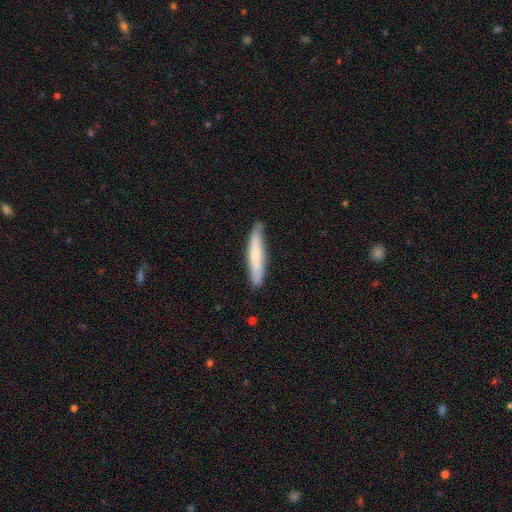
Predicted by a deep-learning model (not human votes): smooth-or-featured: smooth: 65% | featured or disk: 29% | star or artifact: 6%
  how-rounded: cigar-shaped: 92% | in between: 7% | round: 1%
  merging: none: 82% | minor disturbance: 14% | major disturbance: 2% | merger: 1%